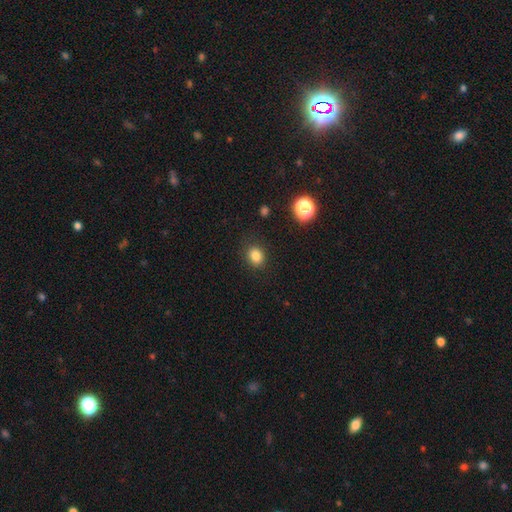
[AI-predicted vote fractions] smooth-or-featured: smooth: 83% | star or artifact: 12% | featured or disk: 5%
  how-rounded: round: 58% | in between: 41% | cigar-shaped: 1%
  merging: none: 86% | minor disturbance: 10% | major disturbance: 3% | merger: 1%